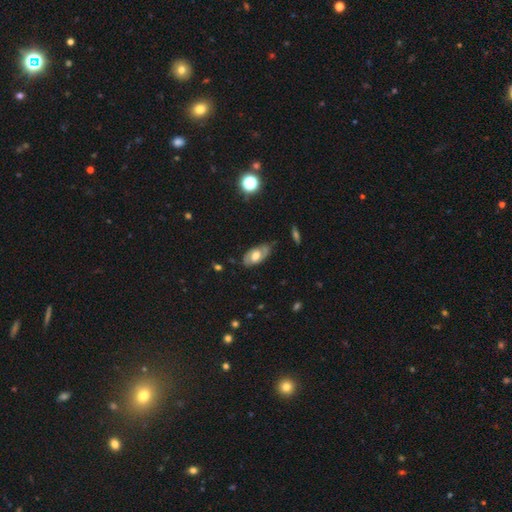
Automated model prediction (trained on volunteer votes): Overall: featured or disk (58%; smooth 35%). Edge-on disk: no (90%). Bar: no (64%; weak 29%). Spiral arms: yes (64%; no 36%). Bulge size: moderate (61%; large 28%). Merging: none (72%).